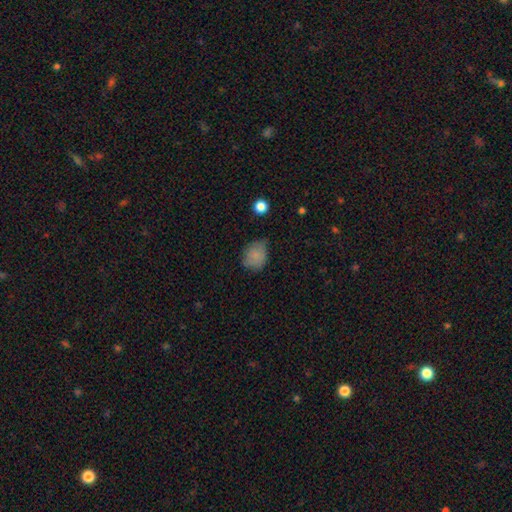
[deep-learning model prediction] smooth_or_featured: smooth (p=0.79) [alt: star or artifact p=0.11]
how_rounded: round (p=0.52) [alt: in between p=0.47]
merging: none (p=0.52) [alt: minor disturbance p=0.36]